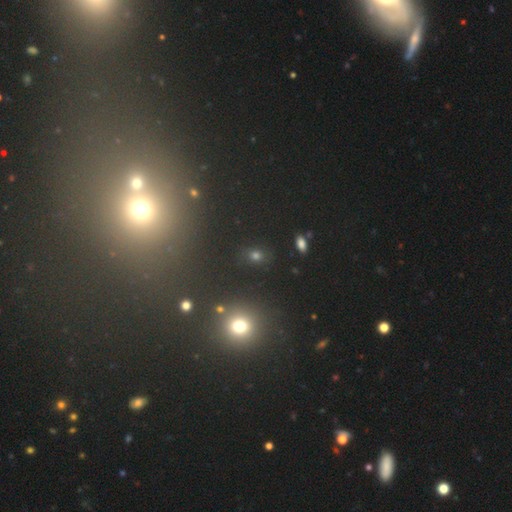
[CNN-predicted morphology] A smooth galaxy with no disk features (46%). Merging: none (83%).